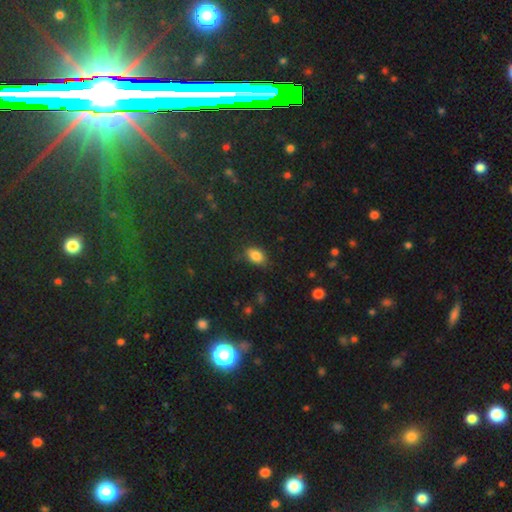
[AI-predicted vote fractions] Smooth or featured? smooth (84%)
How rounded? in between (86%)
Merging? none (76%)